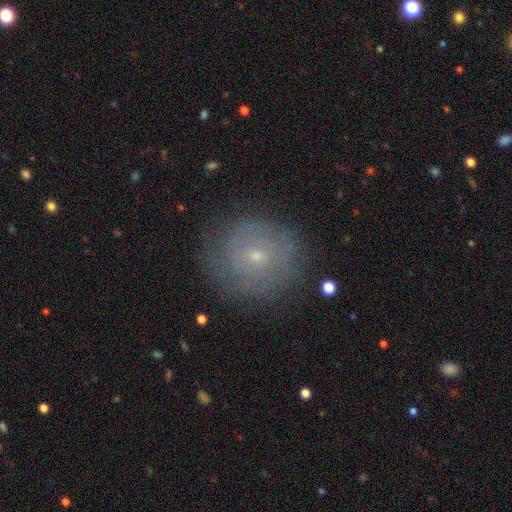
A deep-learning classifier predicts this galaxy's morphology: Q: Smooth or featured?
A: featured or disk (50%); runner-up: smooth (38%)
Q: Merging?
A: none (78%); runner-up: minor disturbance (15%)